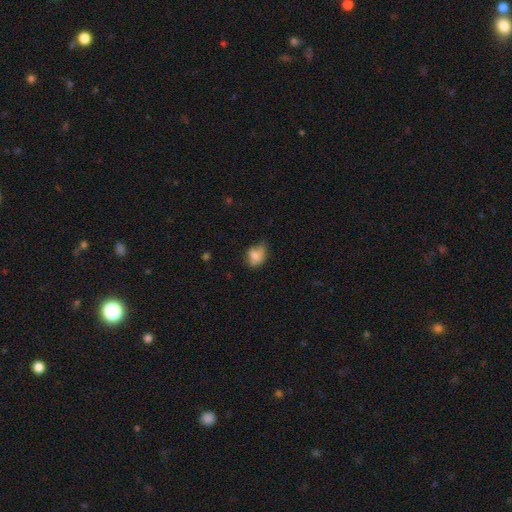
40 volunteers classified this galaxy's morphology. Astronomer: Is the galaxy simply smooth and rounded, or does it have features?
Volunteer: smooth — 82%.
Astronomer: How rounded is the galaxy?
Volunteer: in between — 58% (runner-up: round, 42%).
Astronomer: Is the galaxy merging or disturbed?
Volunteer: none — 54%.